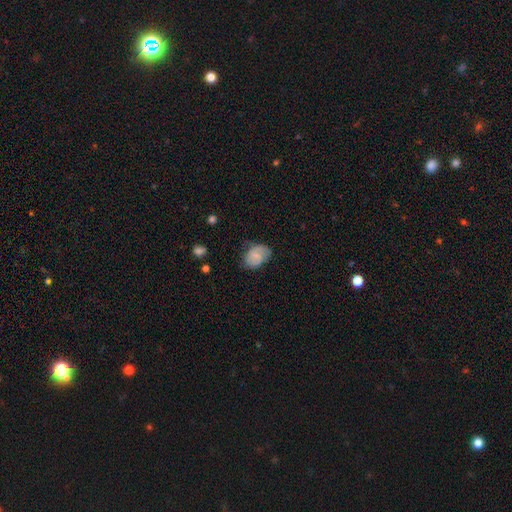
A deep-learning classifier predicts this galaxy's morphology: type=smooth (64%); roundness=in between (77%); merging=none (57%).